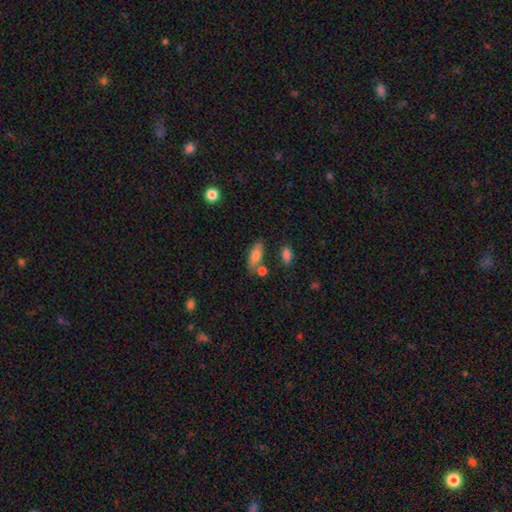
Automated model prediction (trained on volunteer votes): smooth 78%, featured or disk 15%, star or artifact 8%. Down the decision tree: how rounded — in between (72%); merging — none (62%).